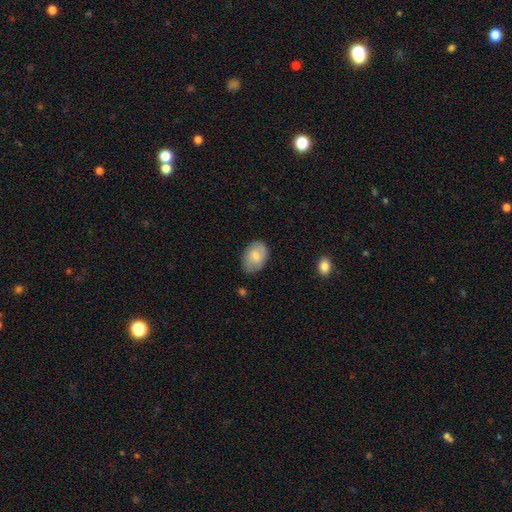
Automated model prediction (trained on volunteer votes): Q: Smooth or featured?
A: smooth (77%); runner-up: featured or disk (16%)
Q: How rounded?
A: in between (86%); runner-up: round (12%)
Q: Merging?
A: none (78%); runner-up: minor disturbance (18%)